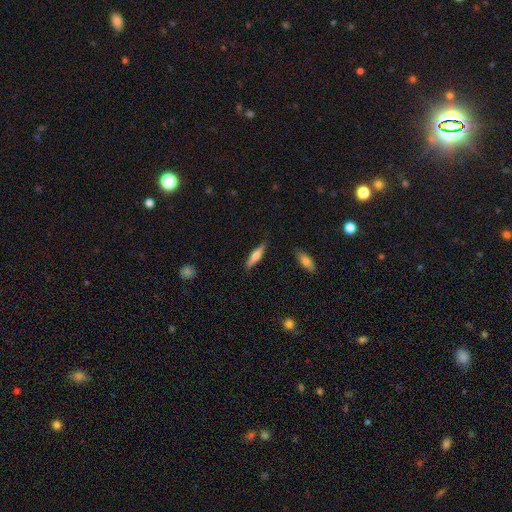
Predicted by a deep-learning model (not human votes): The model was most divided on "smooth or featured": smooth: 60%, featured or disk: 34%, star or artifact: 6%. More confident: merging — none (83%); how rounded — cigar-shaped (77%).